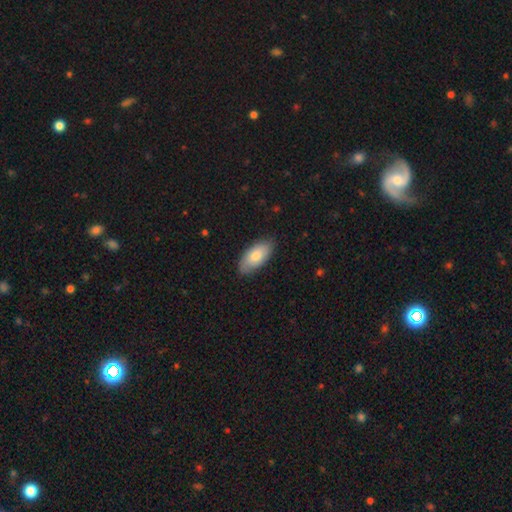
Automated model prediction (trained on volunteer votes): Morphology: type=smooth (76%); roundness=in between (92%); merging=none (84%).